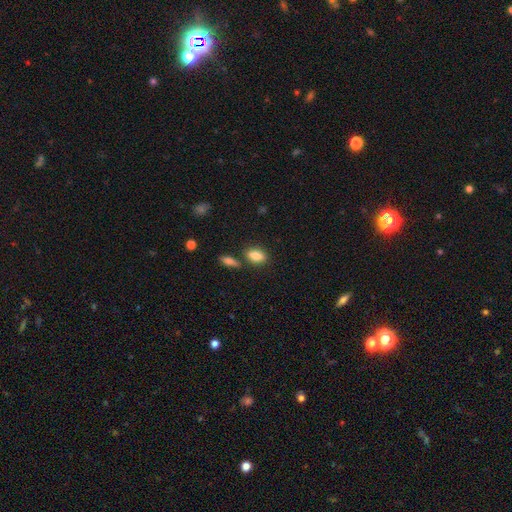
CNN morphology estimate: A smooth galaxy with no disk features (85%) that is in between round and cigar-shaped (85%). Merging: none (73%).